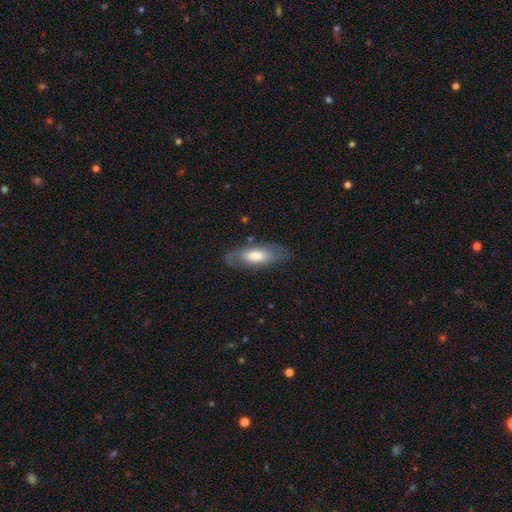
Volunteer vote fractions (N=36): A smooth galaxy with no disk features (58%) that is in between round and cigar-shaped (76%). Merging: none (71%).